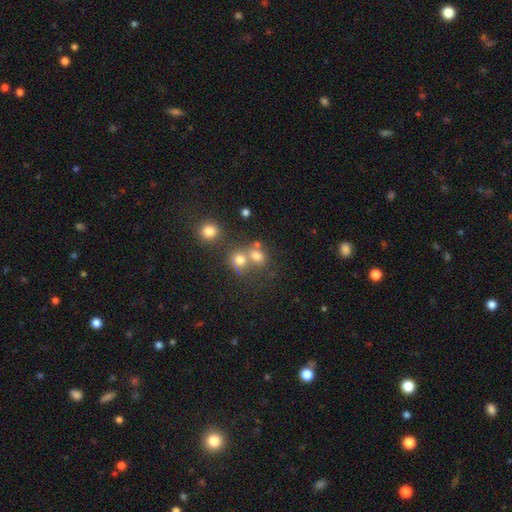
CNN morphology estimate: A smooth galaxy with no disk features (69%) that is round (72%).

Vote fractions:
- Smooth or featured? smooth: 69% / star or artifact: 18% / featured or disk: 13%
- How rounded? round: 72% / in between: 27% / cigar-shaped: 1%
- Merging? merger: 49% / none: 39% / minor disturbance: 8% / major disturbance: 5%